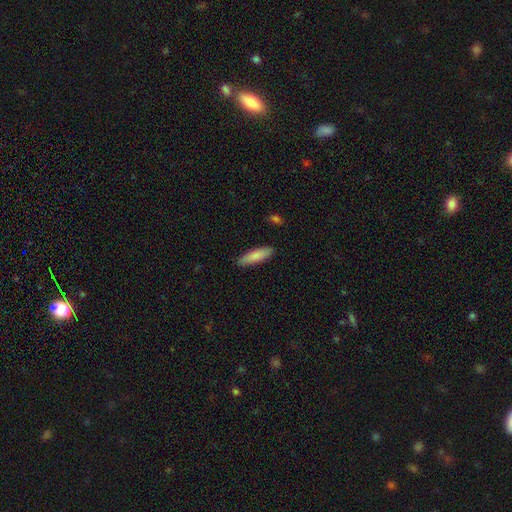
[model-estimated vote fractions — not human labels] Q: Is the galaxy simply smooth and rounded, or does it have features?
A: smooth — 83%.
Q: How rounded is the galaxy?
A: cigar-shaped — 67%.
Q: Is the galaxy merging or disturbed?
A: none — 88%.